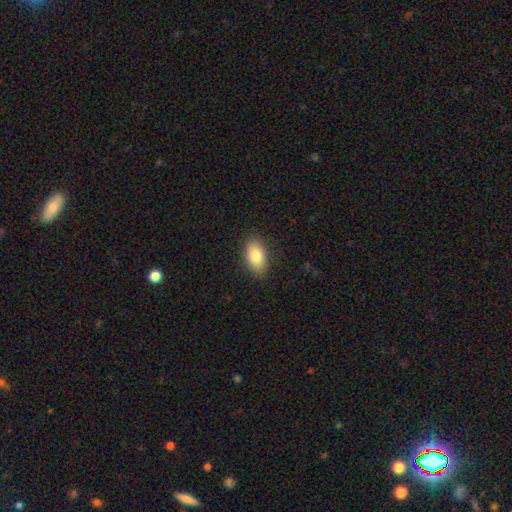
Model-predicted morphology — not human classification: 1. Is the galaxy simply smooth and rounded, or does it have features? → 84% smooth, 9% featured or disk, 7% star or artifact.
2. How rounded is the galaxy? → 92% in between, 5% round, 3% cigar-shaped.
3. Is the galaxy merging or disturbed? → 86% none, 10% minor disturbance, 3% major disturbance, 1% merger.